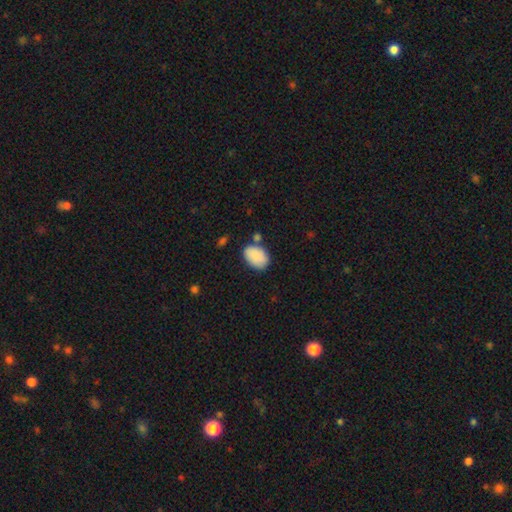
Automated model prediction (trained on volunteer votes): Morphology: type=smooth (88%); roundness=in between (88%); merging=none (67%).